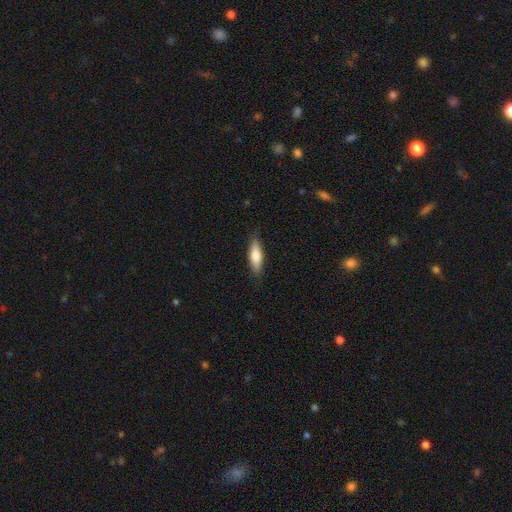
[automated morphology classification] This appears to be a smooth galaxy with no disk features (71%) that is cigar-shaped (50%). Merging: none (83%).